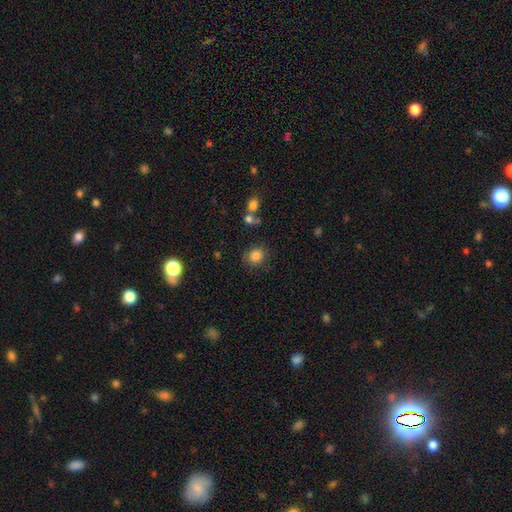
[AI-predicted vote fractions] smooth-or-featured: smooth: 84% | star or artifact: 11% | featured or disk: 5%
  how-rounded: round: 81% | in between: 18% | cigar-shaped: 1%
  merging: none: 77% | minor disturbance: 14% | major disturbance: 5% | merger: 5%